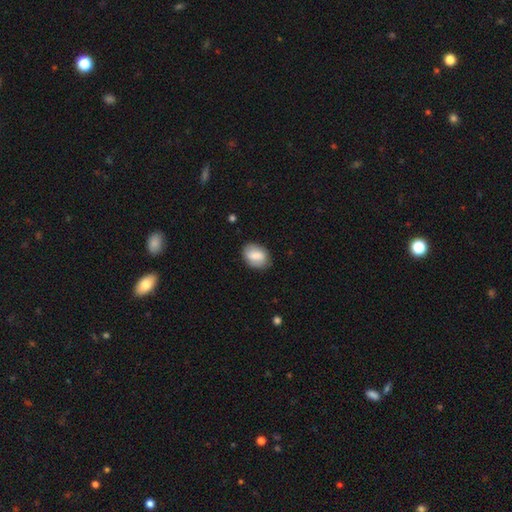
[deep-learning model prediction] A smooth galaxy with no disk features (77%) that is in between round and cigar-shaped (79%). Merging: none (80%).